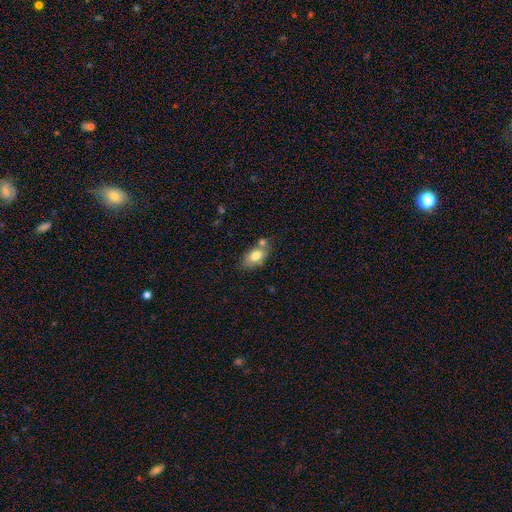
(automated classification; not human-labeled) Smooth or featured: smooth — 75% (featured or disk — 17%)
How rounded: in between — 87% (round — 9%)
Merging: none — 53% (merger — 23%)